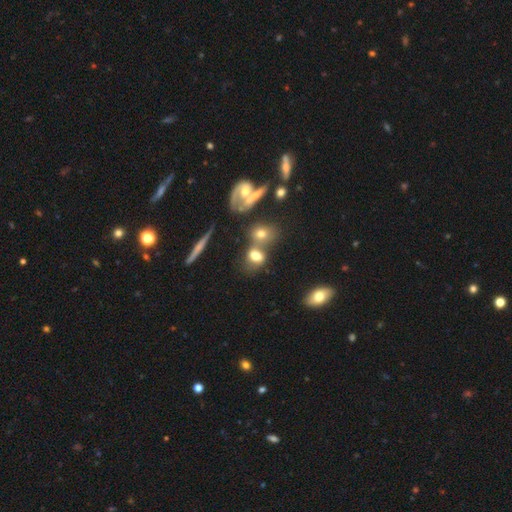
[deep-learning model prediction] smooth-or-featured: smooth: 65% | featured or disk: 22% | star or artifact: 13%
  how-rounded: in between: 69% | round: 28% | cigar-shaped: 3%
  merging: merger: 41% | none: 36% | minor disturbance: 15% | major disturbance: 9%